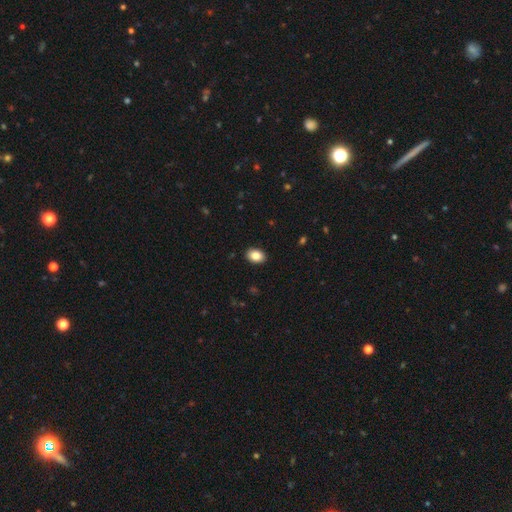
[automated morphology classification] The model was most divided on "how rounded": in between: 81%, round: 18%, cigar-shaped: 1%. More confident: merging — none (90%); smooth or featured — smooth (87%).